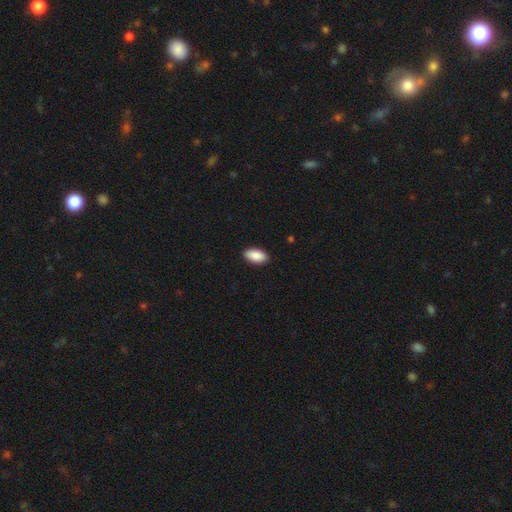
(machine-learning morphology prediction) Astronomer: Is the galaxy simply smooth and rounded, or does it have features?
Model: smooth — 90%.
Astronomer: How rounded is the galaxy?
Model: in between — 95%.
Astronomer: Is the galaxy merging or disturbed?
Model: none — 90%.